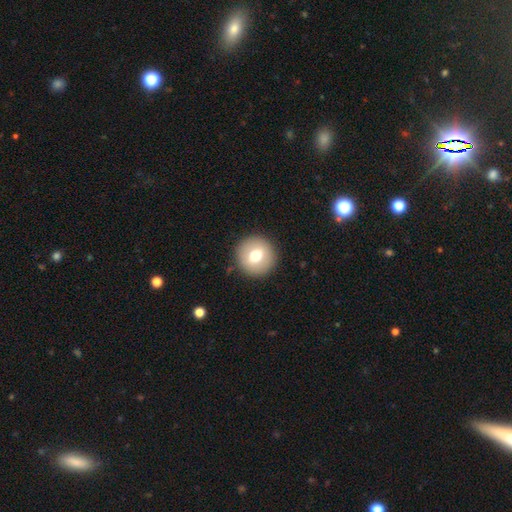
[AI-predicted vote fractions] Smooth or featured? smooth (71%)
How rounded? round (95%)
Merging? none (91%)